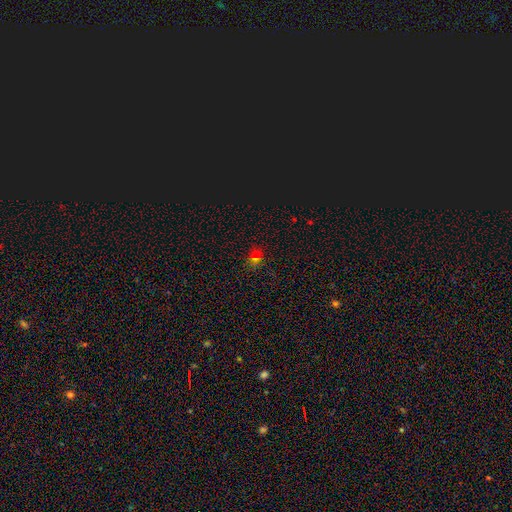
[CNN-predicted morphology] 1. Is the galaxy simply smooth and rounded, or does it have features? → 56% smooth, 35% star or artifact, 9% featured or disk.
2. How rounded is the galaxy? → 55% in between, 42% round, 3% cigar-shaped.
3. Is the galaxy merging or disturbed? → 76% none, 13% minor disturbance, 6% merger, 4% major disturbance.